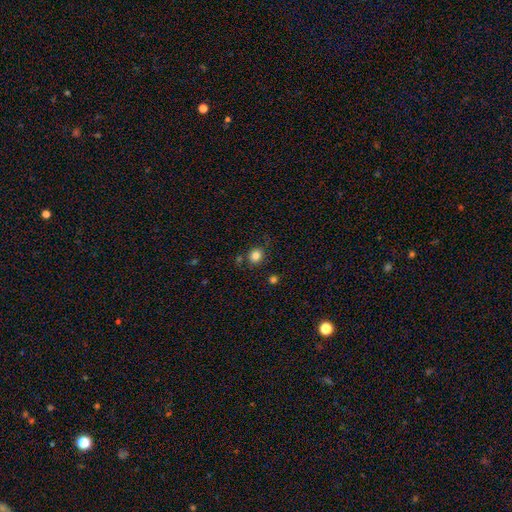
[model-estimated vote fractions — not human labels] A smooth galaxy with no disk features (83%) that is round (83%). Merging: none (80%).